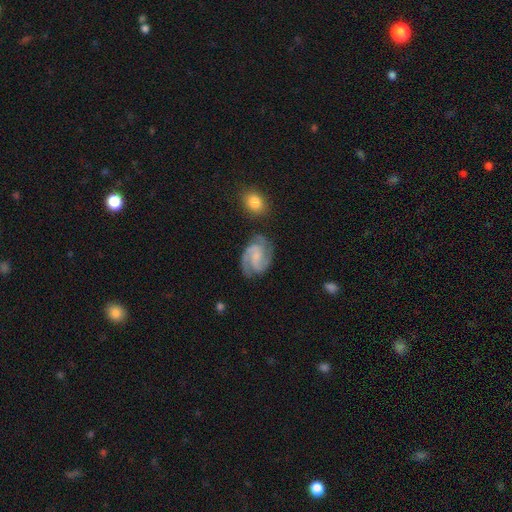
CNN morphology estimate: featured or disk 85%, smooth 9%, star or artifact 5%. Down the decision tree: edge-on disk — no (98%); bar — weak (44%); spiral arms — yes (97%); spiral arm count — 2 (63%); spiral winding — medium (49%); bulge size — small (48%); merging — none (74%).